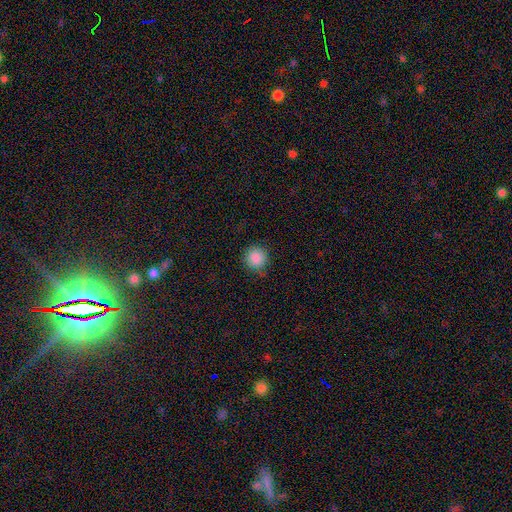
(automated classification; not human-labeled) Morphology: type=smooth (87%); roundness=round (93%); merging=none (81%).